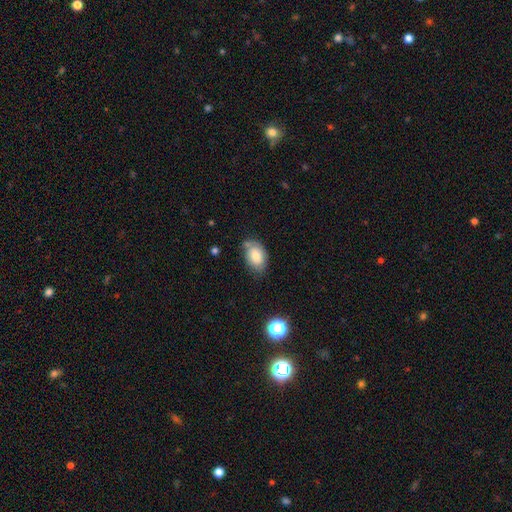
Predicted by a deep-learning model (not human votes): smooth 71%, featured or disk 21%, star or artifact 9%. Down the decision tree: how rounded — in between (87%); merging — none (57%).